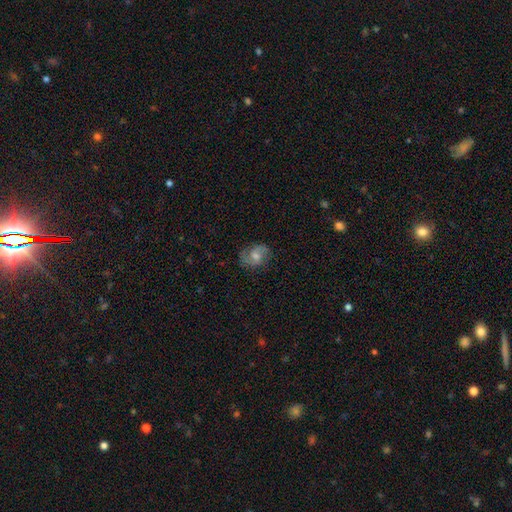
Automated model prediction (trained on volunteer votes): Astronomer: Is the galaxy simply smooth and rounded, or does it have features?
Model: featured or disk — 66%.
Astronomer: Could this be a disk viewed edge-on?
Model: no — 97%.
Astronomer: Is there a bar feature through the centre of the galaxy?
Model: no — 51% (runner-up: weak, 41%).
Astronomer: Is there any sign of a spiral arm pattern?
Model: yes — 90%.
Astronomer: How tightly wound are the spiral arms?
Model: medium — 50% (runner-up: loose, 25%).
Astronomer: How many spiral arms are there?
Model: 2 — 82%.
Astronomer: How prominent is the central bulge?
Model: moderate — 58%.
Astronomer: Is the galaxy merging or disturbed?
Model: none — 77%.